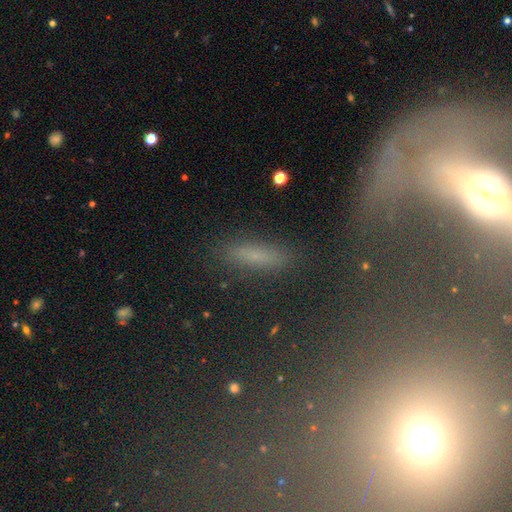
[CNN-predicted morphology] smooth_or_featured: smooth (p=0.62) [alt: featured or disk p=0.20]
how_rounded: cigar-shaped (p=0.65) [alt: in between p=0.30]
merging: none (p=0.85) [alt: minor disturbance p=0.09]